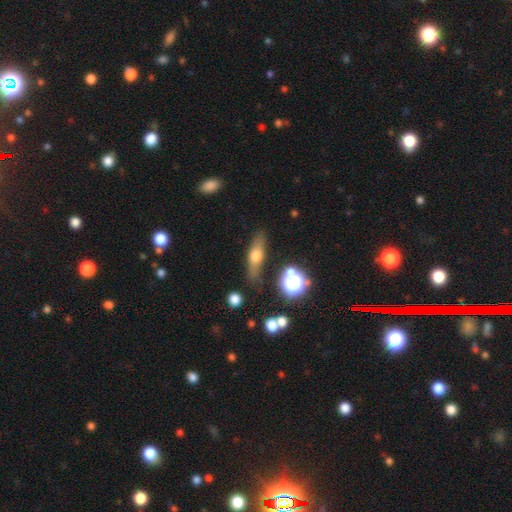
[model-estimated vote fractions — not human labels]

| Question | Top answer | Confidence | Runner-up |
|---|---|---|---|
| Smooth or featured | smooth | 50% | featured or disk (39%) |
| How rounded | cigar-shaped | 53% | in between (38%) |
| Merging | none | 76% | minor disturbance (15%) |